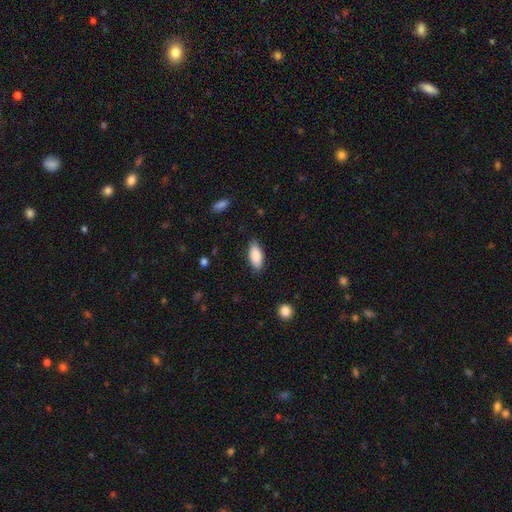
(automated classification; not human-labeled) Smooth or featured: smooth — 86% (featured or disk — 8%)
How rounded: in between — 84% (cigar-shaped — 14%)
Merging: none — 86% (minor disturbance — 11%)